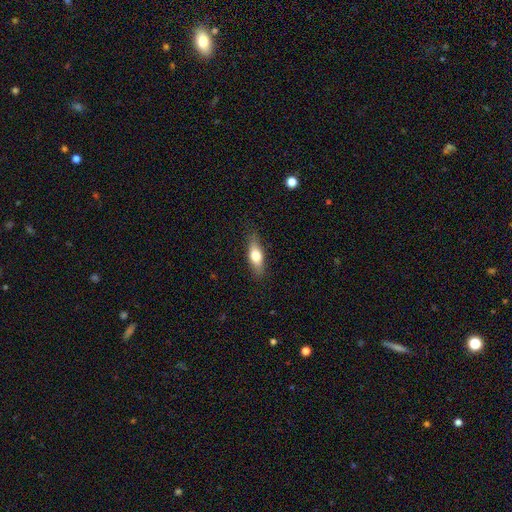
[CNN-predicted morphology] smooth_or_featured: smooth (p=0.66) [alt: featured or disk p=0.28]
how_rounded: in between (p=0.63) [alt: cigar-shaped p=0.34]
merging: none (p=0.82) [alt: minor disturbance p=0.14]